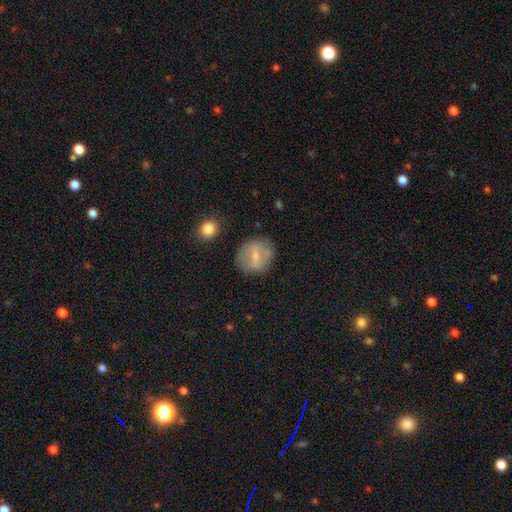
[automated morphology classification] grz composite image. It shows a smooth galaxy with no disk features (53%) that is round (72%). Merging: none (73%).